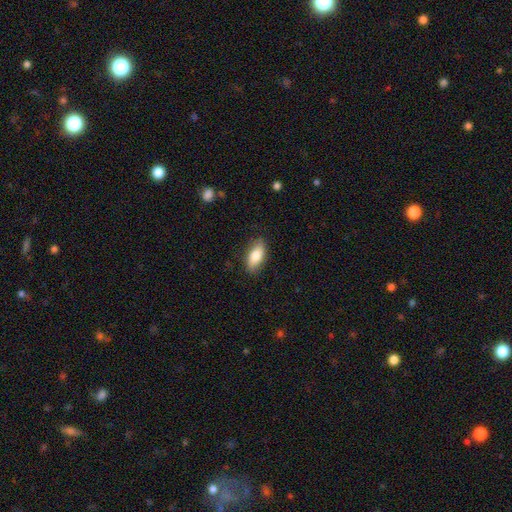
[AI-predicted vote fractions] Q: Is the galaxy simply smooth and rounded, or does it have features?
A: smooth — 80%.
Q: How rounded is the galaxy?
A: in between — 86%.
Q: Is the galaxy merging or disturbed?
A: none — 85%.